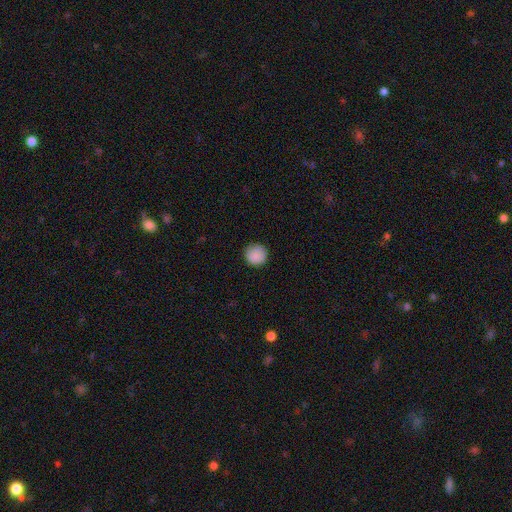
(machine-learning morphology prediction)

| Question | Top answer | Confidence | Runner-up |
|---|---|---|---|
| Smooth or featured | smooth | 89% | star or artifact (8%) |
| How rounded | round | 95% | in between (4%) |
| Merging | none | 88% | minor disturbance (9%) |